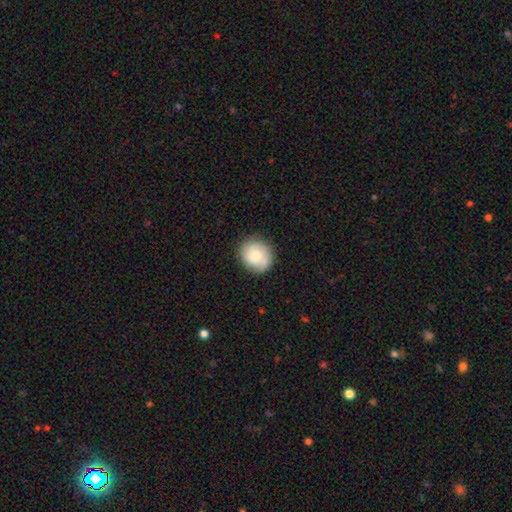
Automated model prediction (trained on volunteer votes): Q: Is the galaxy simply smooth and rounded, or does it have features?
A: smooth — 63%.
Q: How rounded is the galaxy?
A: round — 85%.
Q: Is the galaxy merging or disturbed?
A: none — 80%.